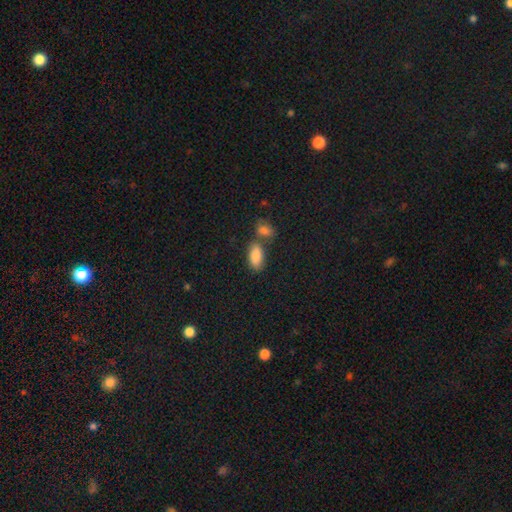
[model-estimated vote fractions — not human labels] smooth 86%, featured or disk 7%, star or artifact 7%. Down the decision tree: how rounded — in between (91%); merging — none (56%).